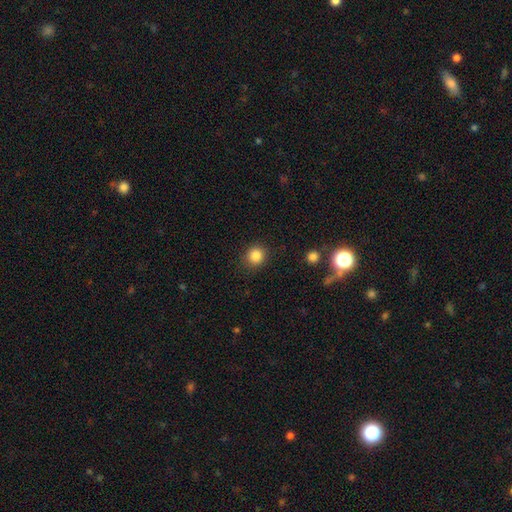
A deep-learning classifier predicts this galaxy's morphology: Smooth or featured? Predicted: smooth (p=0.85). How rounded? Predicted: round (p=0.88). Merging? Predicted: none (p=0.88).